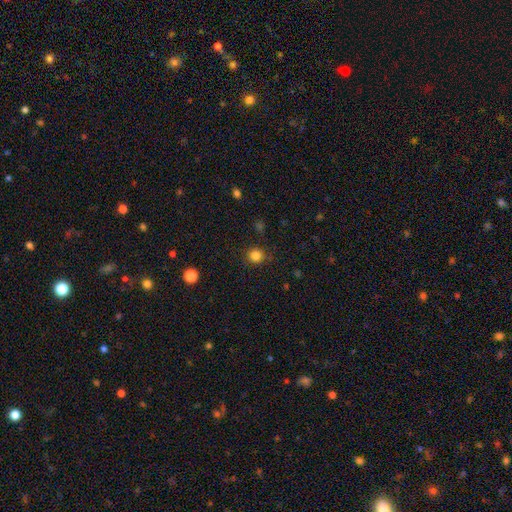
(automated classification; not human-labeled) Overall: smooth (83%). How rounded: round (91%). Merging: none (88%).